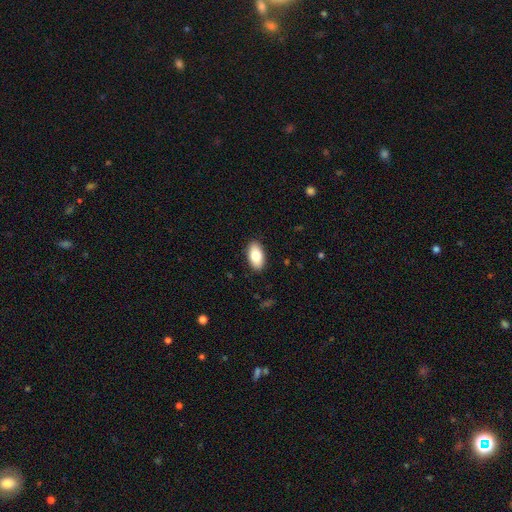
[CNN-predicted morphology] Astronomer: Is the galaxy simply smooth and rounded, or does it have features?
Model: smooth — 83%.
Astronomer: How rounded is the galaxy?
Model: in between — 94%.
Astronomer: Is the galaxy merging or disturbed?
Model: none — 89%.